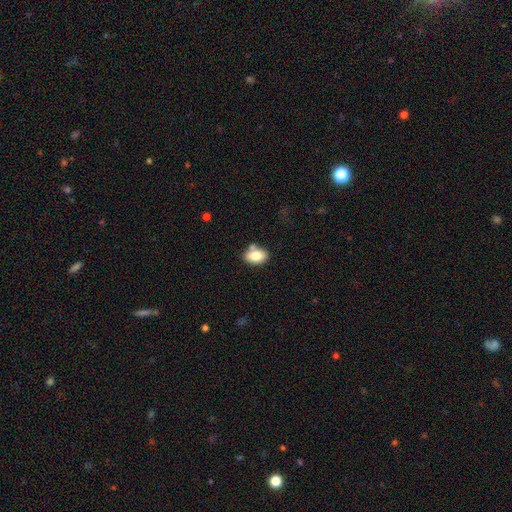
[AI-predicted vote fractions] A smooth galaxy with no disk features (79%) that is in between round and cigar-shaped (82%).

Vote fractions:
- Smooth or featured? smooth: 79% / featured or disk: 13% / star or artifact: 8%
- How rounded? in between: 82% / round: 17% / cigar-shaped: 1%
- Merging? none: 68% / minor disturbance: 15% / merger: 14% / major disturbance: 4%